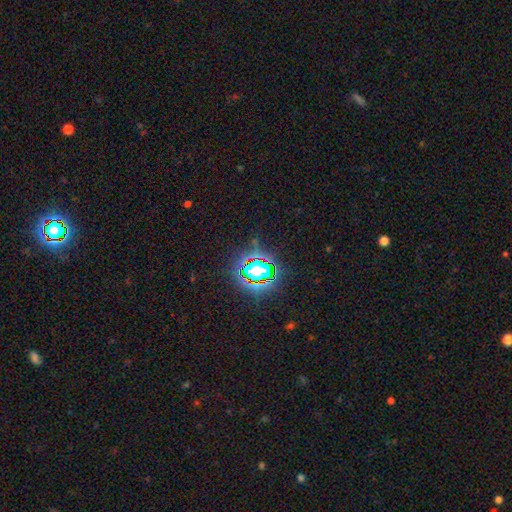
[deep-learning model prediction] Morphology: type=star or artifact (82%).